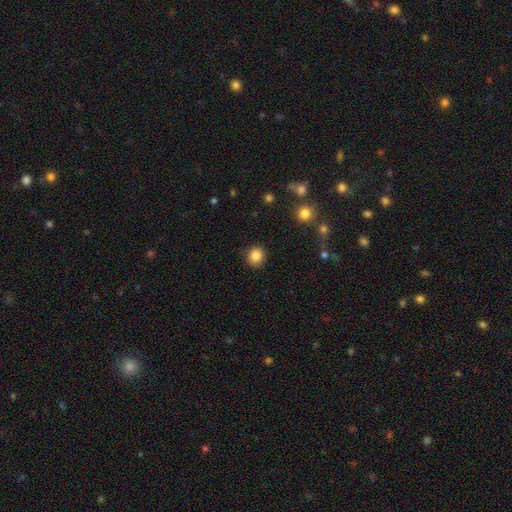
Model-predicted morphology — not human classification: Overall: smooth (87%). How rounded: round (87%). Merging: none (89%).